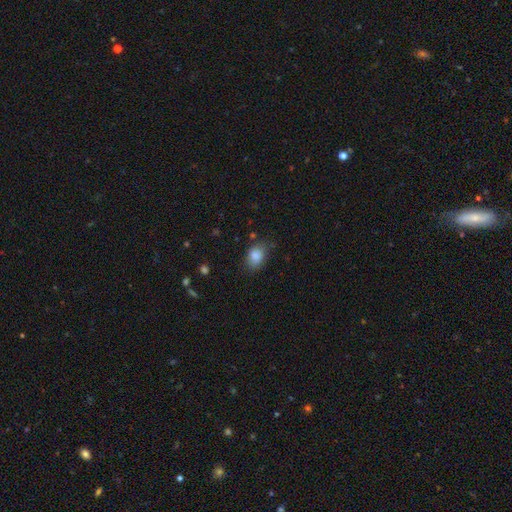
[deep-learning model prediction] smooth 85%, star or artifact 8%, featured or disk 7%. Down the decision tree: how rounded — in between (72%); merging — none (69%).